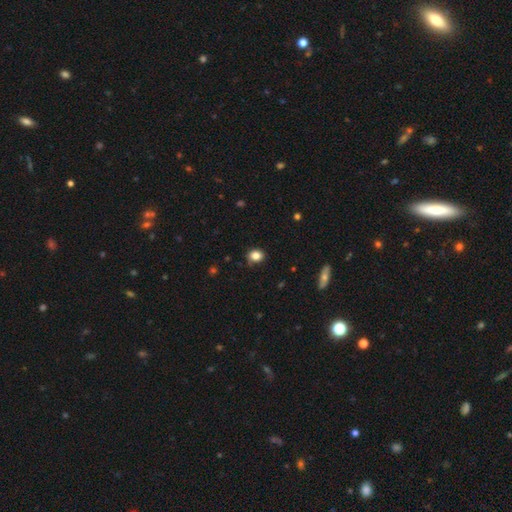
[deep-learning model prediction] Morphology: type=smooth (83%); roundness=round (57%); merging=none (81%).